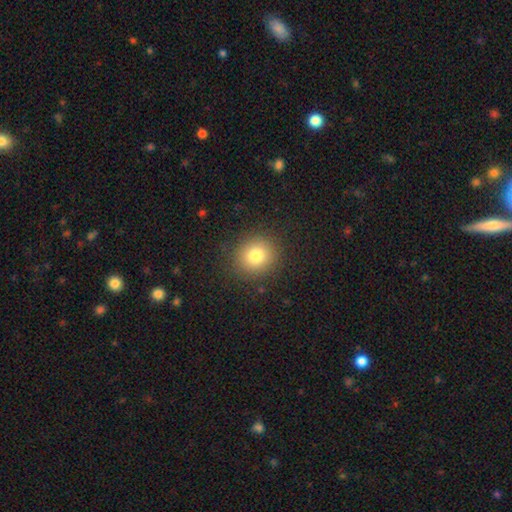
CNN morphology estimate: Smooth or featured: smooth — 80% (star or artifact — 12%)
How rounded: round — 88% (in between — 11%)
Merging: none — 88% (minor disturbance — 7%)